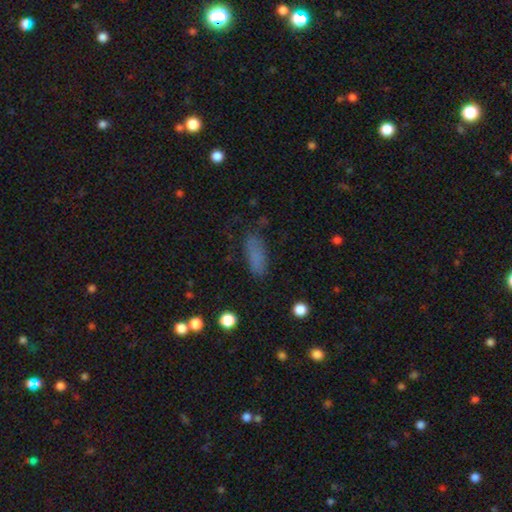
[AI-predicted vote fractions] Smooth or featured? smooth (80%)
How rounded? in between (69%)
Merging? none (73%)